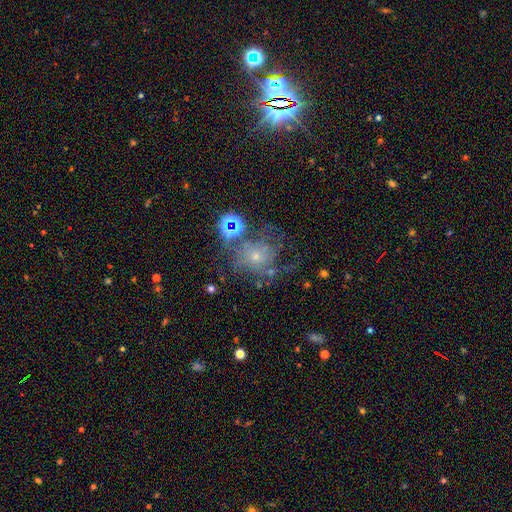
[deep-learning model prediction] smooth_or_featured: featured or disk (p=0.46) [alt: smooth p=0.30]
merging: none (p=0.42) [alt: major disturbance p=0.29]